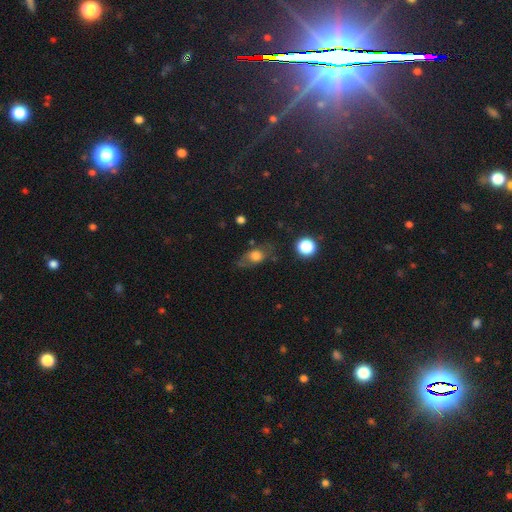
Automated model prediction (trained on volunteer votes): Smooth or featured: smooth — 63% (featured or disk — 24%)
How rounded: in between — 65% (round — 29%)
Merging: none — 57% (minor disturbance — 25%)